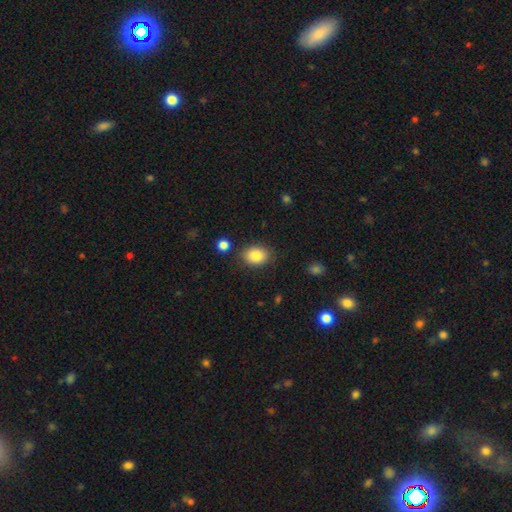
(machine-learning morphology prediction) Smooth or featured: smooth — 86% (star or artifact — 8%)
How rounded: in between — 71% (round — 28%)
Merging: none — 82% (minor disturbance — 12%)